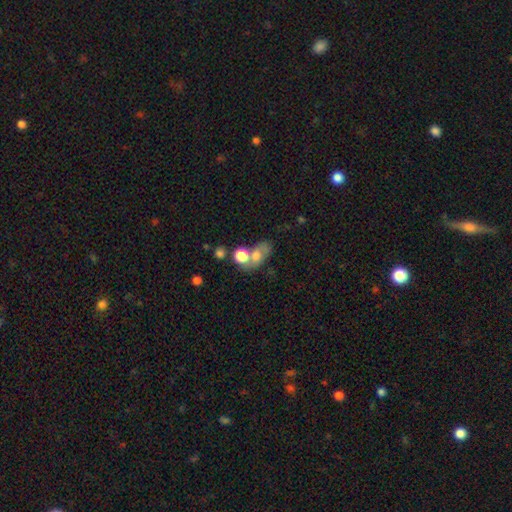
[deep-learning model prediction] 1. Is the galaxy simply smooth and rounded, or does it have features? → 63% smooth, 24% featured or disk, 13% star or artifact.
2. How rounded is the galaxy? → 70% in between, 27% round, 3% cigar-shaped.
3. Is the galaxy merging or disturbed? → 39% merger, 36% none, 15% minor disturbance, 10% major disturbance.